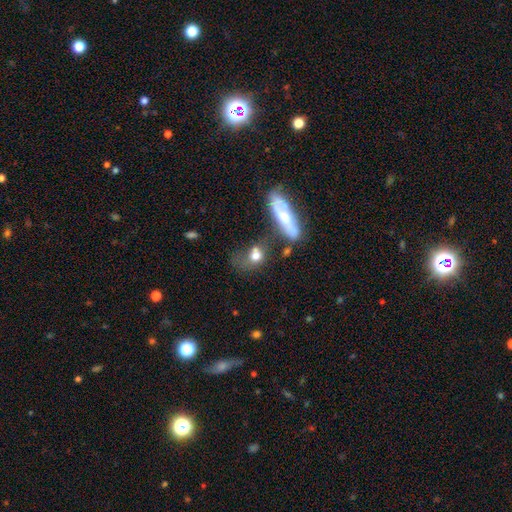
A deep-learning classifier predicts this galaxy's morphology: Smooth or featured: smooth — 65% (featured or disk — 25%)
How rounded: in between — 56% (round — 36%)
Merging: merger — 34% (none — 27%)